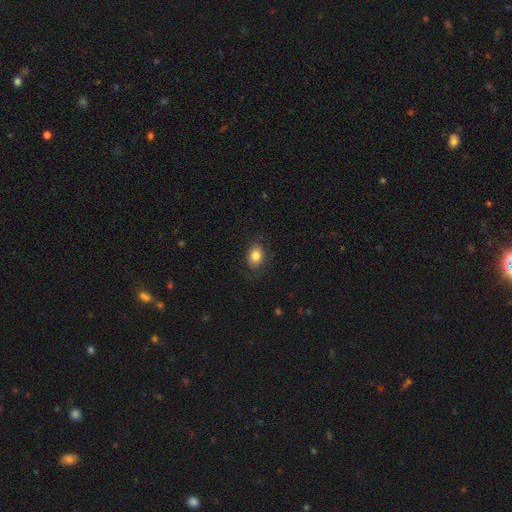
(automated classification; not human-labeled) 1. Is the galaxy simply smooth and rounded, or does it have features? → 83% smooth, 9% star or artifact, 8% featured or disk.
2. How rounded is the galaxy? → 70% in between, 29% round, 1% cigar-shaped.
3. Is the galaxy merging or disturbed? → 81% none, 14% minor disturbance, 4% major disturbance, 1% merger.